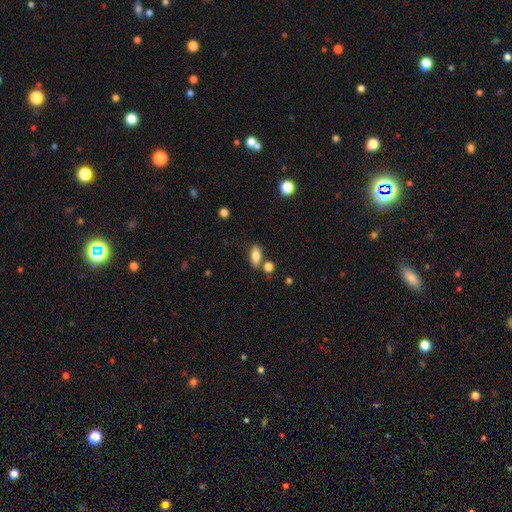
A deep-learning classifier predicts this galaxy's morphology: smooth_or_featured: smooth (p=0.79) [alt: featured or disk p=0.13]
how_rounded: in between (p=0.80) [alt: cigar-shaped p=0.15]
merging: none (p=0.74) [alt: minor disturbance p=0.12]